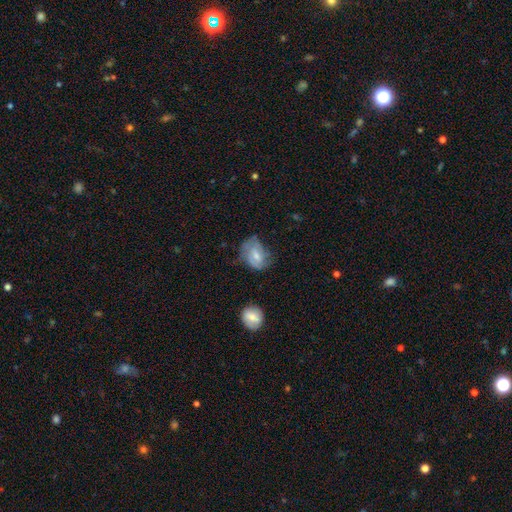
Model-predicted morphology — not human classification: smooth_or_featured: smooth (p=0.49) [alt: featured or disk p=0.44]
merging: none (p=0.51) [alt: minor disturbance p=0.32]